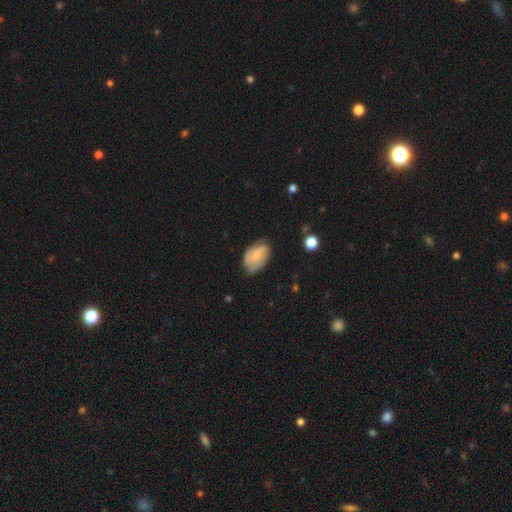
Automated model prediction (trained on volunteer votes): Overall: featured or disk (51%; smooth 42%). Edge-on disk: no (96%). Merging: none (62%; minor disturbance 29%).